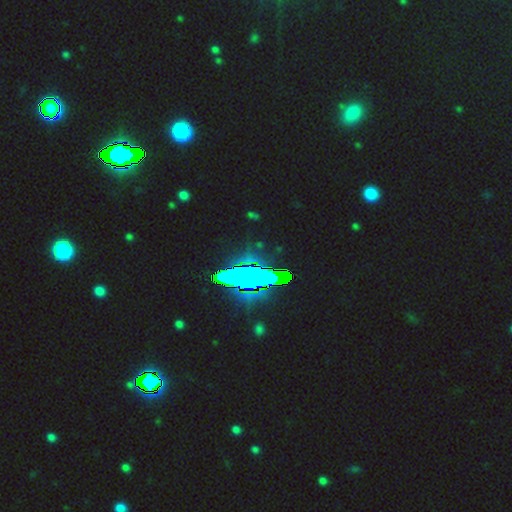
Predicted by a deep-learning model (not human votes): A star or artifact, not a galaxy (67%).